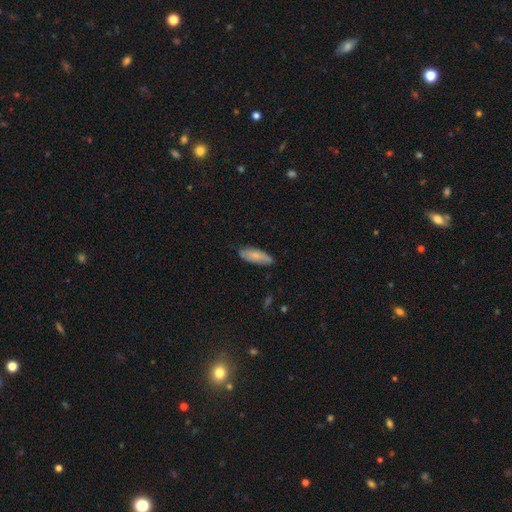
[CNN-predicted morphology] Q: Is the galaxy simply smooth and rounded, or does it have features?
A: smooth — 74%.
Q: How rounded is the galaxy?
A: in between — 69%.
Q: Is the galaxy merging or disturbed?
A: none — 77%.